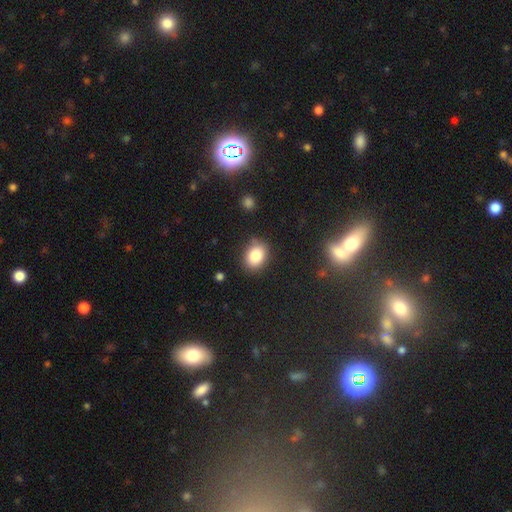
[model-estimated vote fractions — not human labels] Morphology: type=smooth (84%); roundness=in between (60%); merging=none (82%).